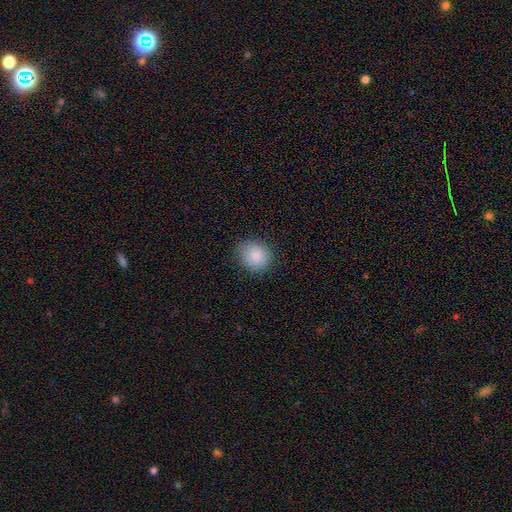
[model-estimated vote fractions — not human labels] Smooth or featured? smooth (87%)
How rounded? round (78%)
Merging? none (86%)